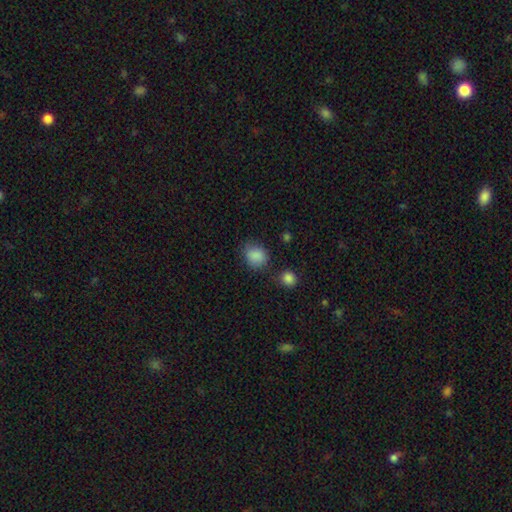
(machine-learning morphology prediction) A smooth galaxy with no disk features (85%) that is round (64%).

Vote fractions:
- Smooth or featured? smooth: 85% / star or artifact: 10% / featured or disk: 4%
- How rounded? round: 64% / in between: 35% / cigar-shaped: 1%
- Merging? none: 73% / minor disturbance: 18% / major disturbance: 5% / merger: 4%